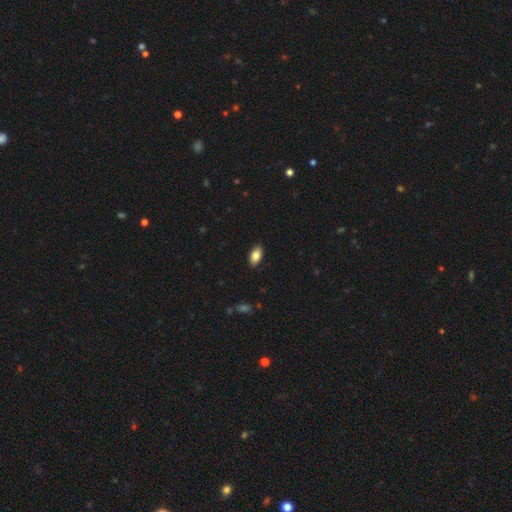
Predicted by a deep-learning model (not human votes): Smooth or featured? smooth (83%)
How rounded? in between (92%)
Merging? none (88%)